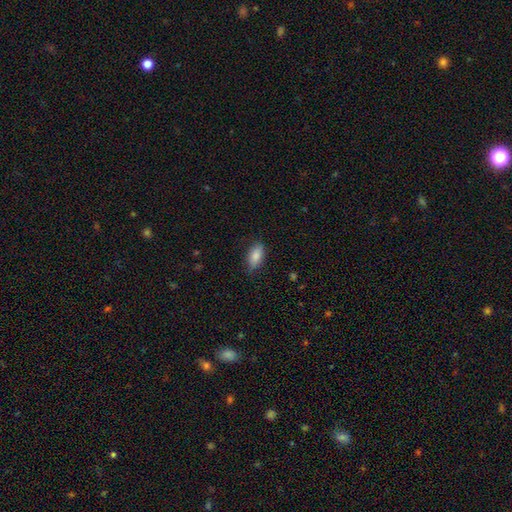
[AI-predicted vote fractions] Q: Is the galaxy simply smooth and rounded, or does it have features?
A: smooth — 85%.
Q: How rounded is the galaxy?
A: in between — 89%.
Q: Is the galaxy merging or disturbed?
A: none — 79%.